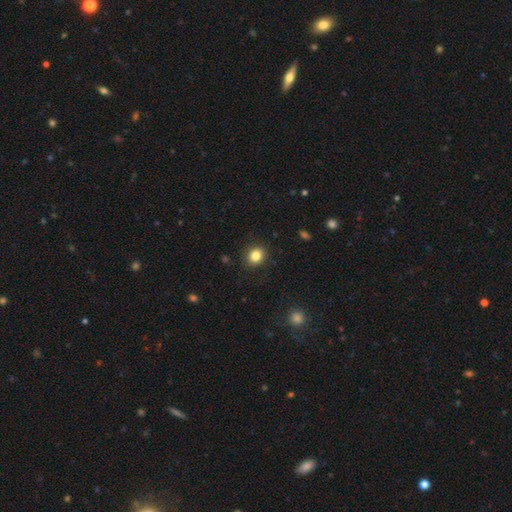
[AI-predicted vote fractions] Smooth or featured? Predicted: smooth (p=0.84). How rounded? Predicted: round (p=0.68). Merging? Predicted: none (p=0.88).